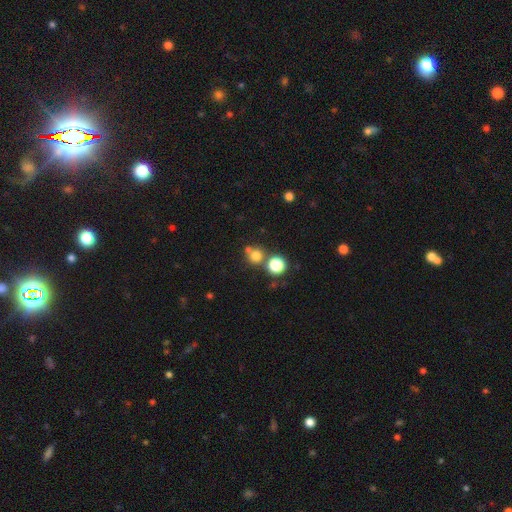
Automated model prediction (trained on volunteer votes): Smooth or featured? Predicted: smooth (p=0.74). How rounded? Predicted: round (p=0.90). Merging? Predicted: none (p=0.63).